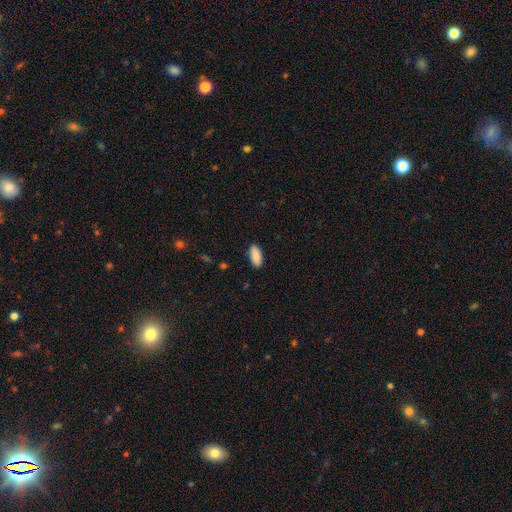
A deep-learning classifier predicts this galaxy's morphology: Smooth or featured?
  - smooth: 90% *
  - star or artifact: 6%
  - featured or disk: 4%
How rounded?
  - in between: 86% *
  - cigar-shaped: 13%
  - round: 2%
Merging?
  - none: 87% *
  - minor disturbance: 10%
  - major disturbance: 2%
  - merger: 1%